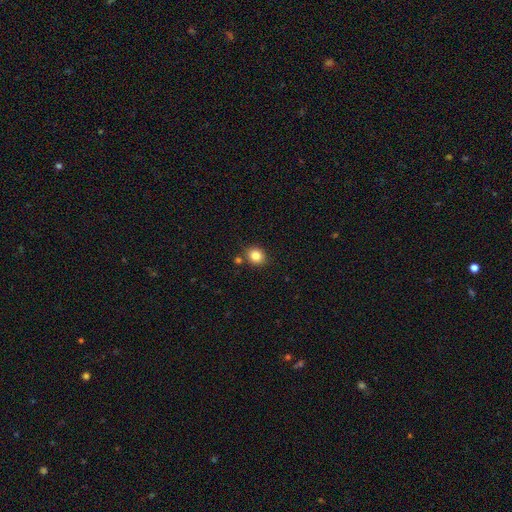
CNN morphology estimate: A smooth galaxy with no disk features (84%) that is round (73%).

Vote fractions:
- Smooth or featured? smooth: 84% / star or artifact: 10% / featured or disk: 6%
- How rounded? round: 73% / in between: 26% / cigar-shaped: 1%
- Merging? none: 81% / minor disturbance: 10% / merger: 7% / major disturbance: 2%